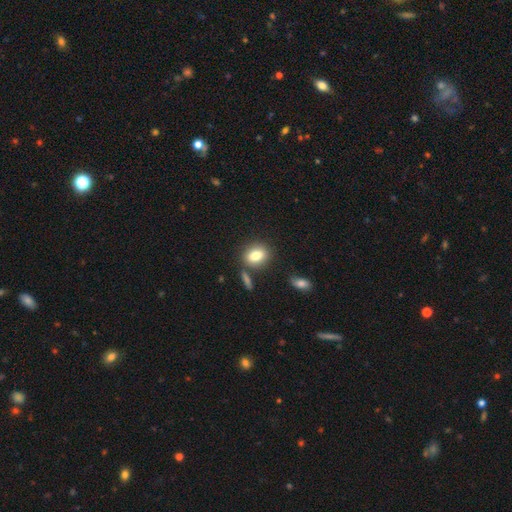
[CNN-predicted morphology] Smooth or featured: smooth — 81% (featured or disk — 10%)
How rounded: in between — 63% (round — 35%)
Merging: none — 75% (minor disturbance — 11%)